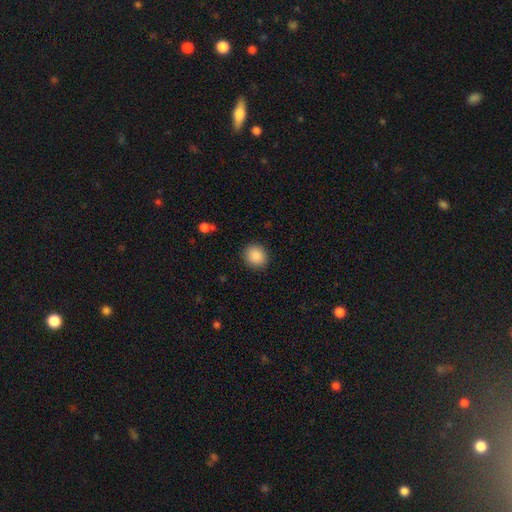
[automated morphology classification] Smooth or featured? Predicted: smooth (p=0.89). How rounded? Predicted: round (p=0.82). Merging? Predicted: none (p=0.90).